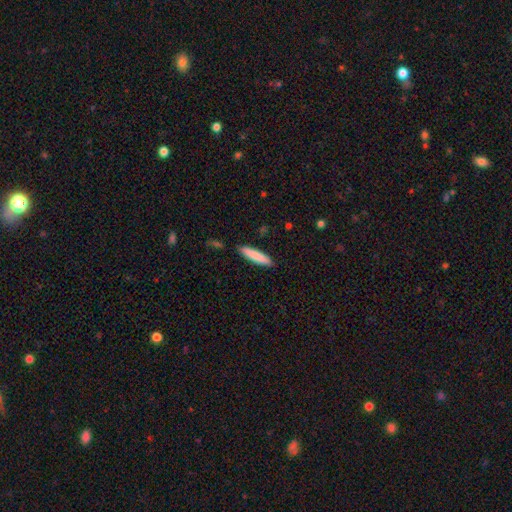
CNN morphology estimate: smooth 84%, featured or disk 10%, star or artifact 6%. Down the decision tree: how rounded — cigar-shaped (84%); merging — none (88%).